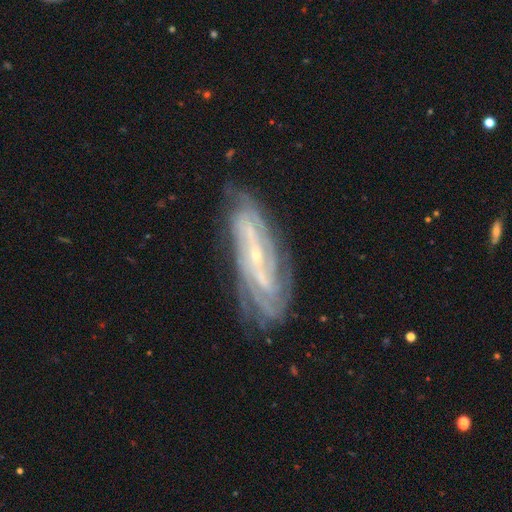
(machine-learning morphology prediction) This is clearly a featured or disk galaxy (85%). It is clearly not viewed edge-on (83%). Bar: marginally no (35%). Spiral arm pattern: clearly yes (95%). Spiral arm count: marginally can't tell (33%). Spiral winding: likely tight (62%). Central bulge: clearly small (81%). Merging: likely none (77%).